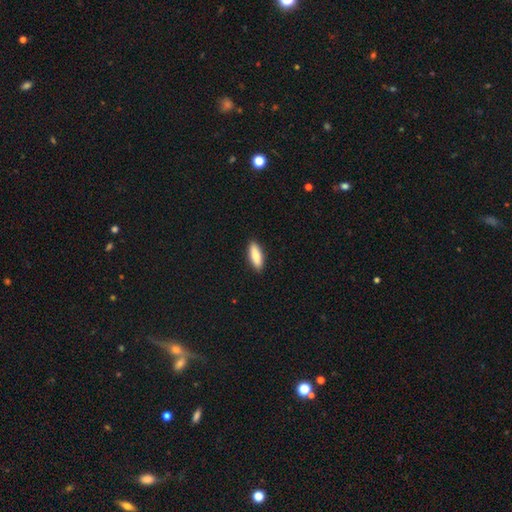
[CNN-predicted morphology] smooth 82%, featured or disk 12%, star or artifact 6%. Down the decision tree: how rounded — in between (63%); merging — none (90%).